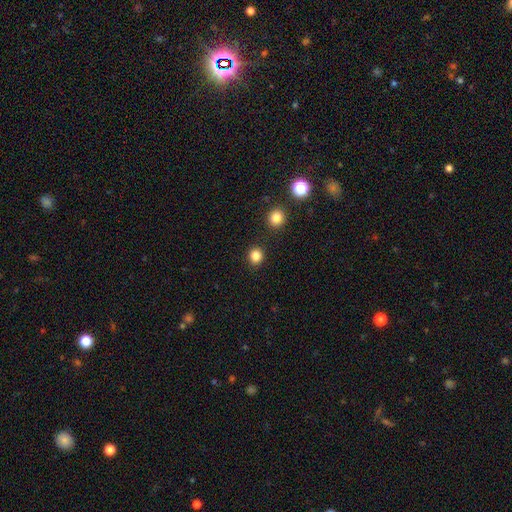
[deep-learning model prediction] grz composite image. It shows a smooth galaxy with no disk features (84%) that is round (86%). Merging: none (89%).